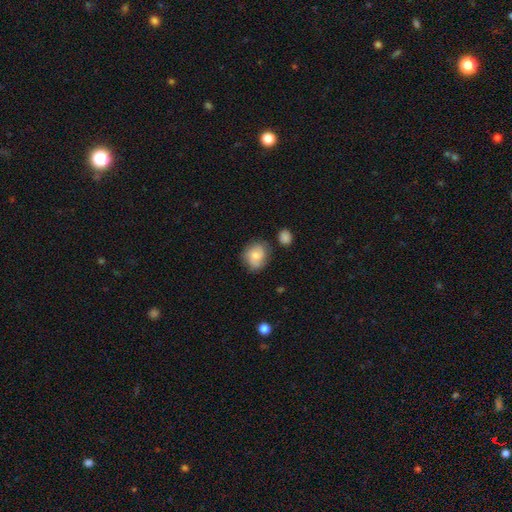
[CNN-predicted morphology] Smooth or featured? Predicted: smooth (p=0.67). How rounded? Predicted: round (p=0.68). Merging? Predicted: none (p=0.70).